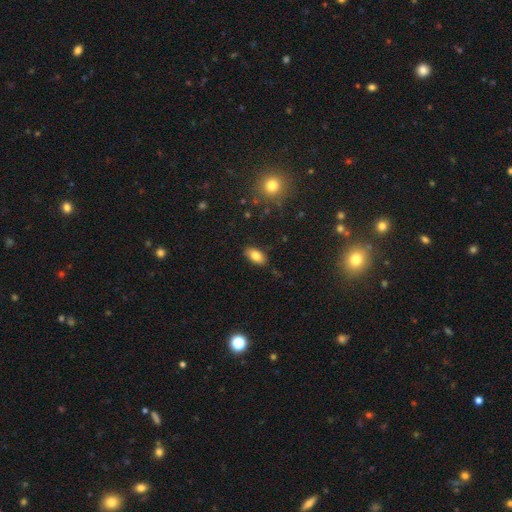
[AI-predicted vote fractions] Smooth or featured? smooth (81%)
How rounded? in between (92%)
Merging? none (85%)